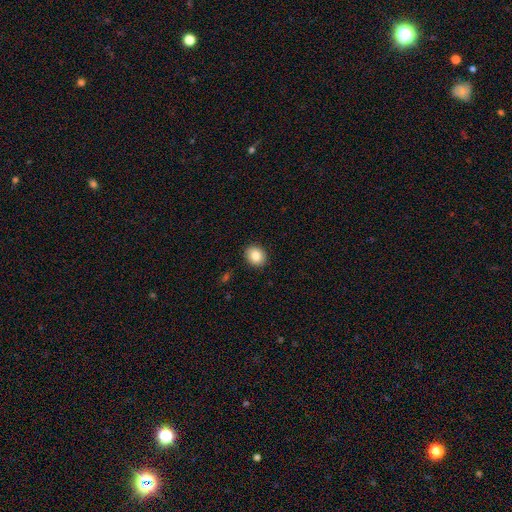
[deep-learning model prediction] Smooth or featured: smooth — 84% (star or artifact — 9%)
How rounded: round — 69% (in between — 30%)
Merging: none — 90% (minor disturbance — 7%)